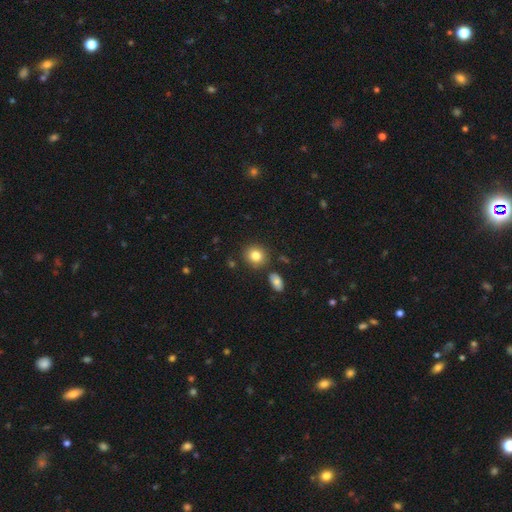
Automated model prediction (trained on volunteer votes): A smooth galaxy with no disk features (83%) that is round (77%).

Vote fractions:
- Smooth or featured? smooth: 83% / star or artifact: 10% / featured or disk: 8%
- How rounded? round: 77% / in between: 22% / cigar-shaped: 1%
- Merging? none: 82% / minor disturbance: 9% / merger: 6% / major disturbance: 3%